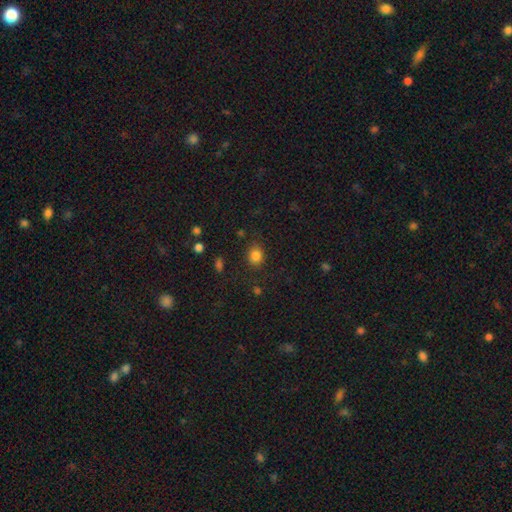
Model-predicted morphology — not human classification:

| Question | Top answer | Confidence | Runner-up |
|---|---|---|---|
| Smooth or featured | smooth | 83% | star or artifact (12%) |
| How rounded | round | 61% | in between (38%) |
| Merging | none | 81% | minor disturbance (13%) |